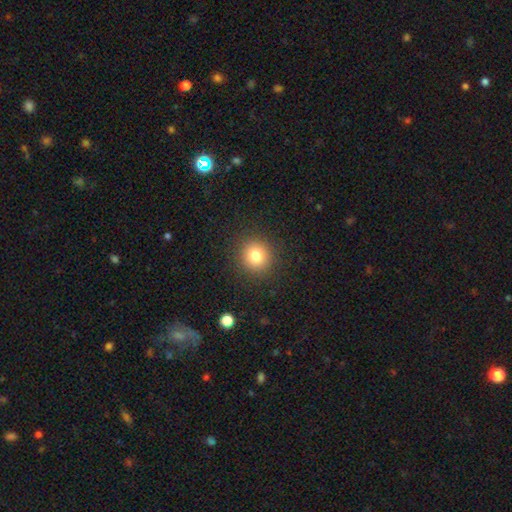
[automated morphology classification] Smooth or featured? Predicted: smooth (p=0.80). How rounded? Predicted: round (p=0.92). Merging? Predicted: none (p=0.91).